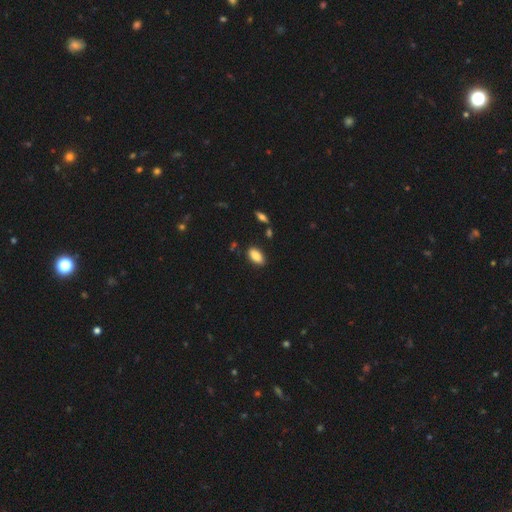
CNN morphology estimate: A smooth galaxy with no disk features (87%) that is in between round and cigar-shaped (92%).

Vote fractions:
- Smooth or featured? smooth: 87% / star or artifact: 7% / featured or disk: 5%
- How rounded? in between: 92% / cigar-shaped: 5% / round: 3%
- Merging? none: 85% / minor disturbance: 11% / major disturbance: 2% / merger: 2%